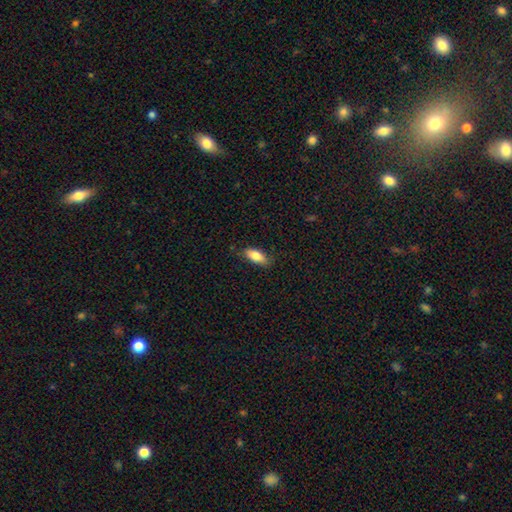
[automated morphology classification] Smooth or featured?
  - smooth: 82% *
  - featured or disk: 11%
  - star or artifact: 7%
How rounded?
  - in between: 82% *
  - cigar-shaped: 16%
  - round: 2%
Merging?
  - none: 80% *
  - minor disturbance: 16%
  - major disturbance: 3%
  - merger: 1%